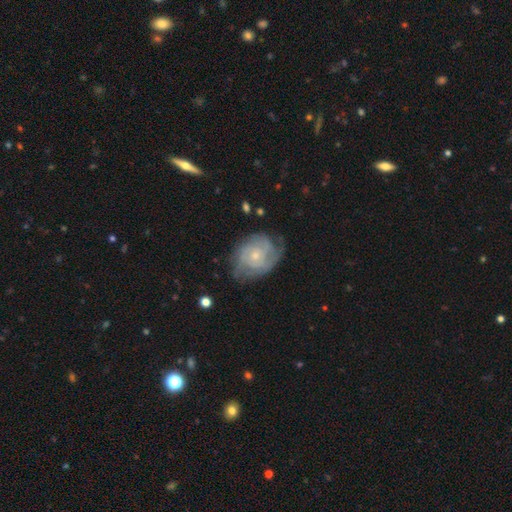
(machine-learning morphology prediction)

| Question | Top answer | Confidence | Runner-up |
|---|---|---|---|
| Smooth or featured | featured or disk | 74% | smooth (19%) |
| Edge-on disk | no | 97% | yes (3%) |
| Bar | no | 77% | weak (20%) |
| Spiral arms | yes | 90% | no (10%) |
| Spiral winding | tight | 57% | medium (32%) |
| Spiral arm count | can't tell | 39% | 2 (25%) |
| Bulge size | small | 74% | moderate (22%) |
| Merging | none | 64% | minor disturbance (24%) |